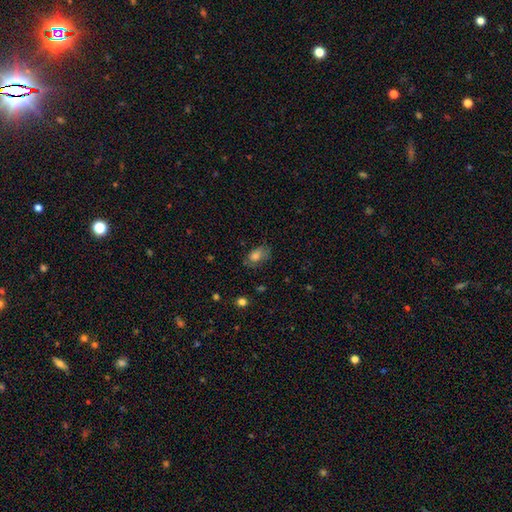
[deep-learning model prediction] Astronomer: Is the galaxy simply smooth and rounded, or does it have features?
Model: smooth — 75%.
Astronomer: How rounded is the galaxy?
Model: in between — 81%.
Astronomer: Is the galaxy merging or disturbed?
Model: none — 61%.